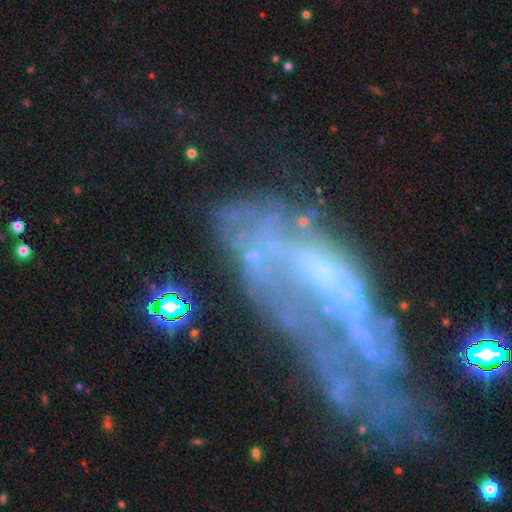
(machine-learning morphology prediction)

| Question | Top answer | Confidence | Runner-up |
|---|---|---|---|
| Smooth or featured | featured or disk | 55% | star or artifact (25%) |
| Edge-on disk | no | 91% | yes (9%) |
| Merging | none | 40% | major disturbance (26%) |